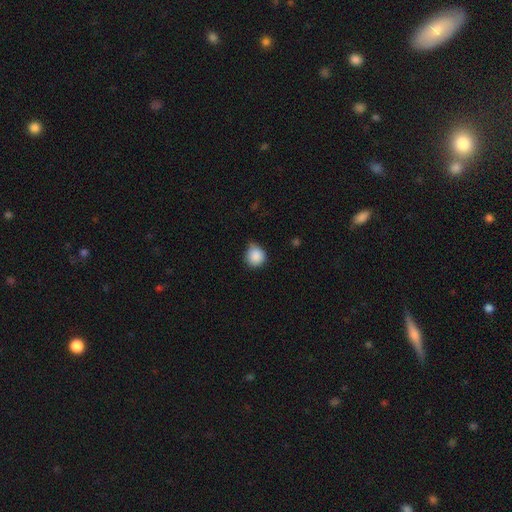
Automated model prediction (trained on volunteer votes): This appears to be a smooth galaxy with no disk features (88%) that is round (88%). Merging: none (59%).